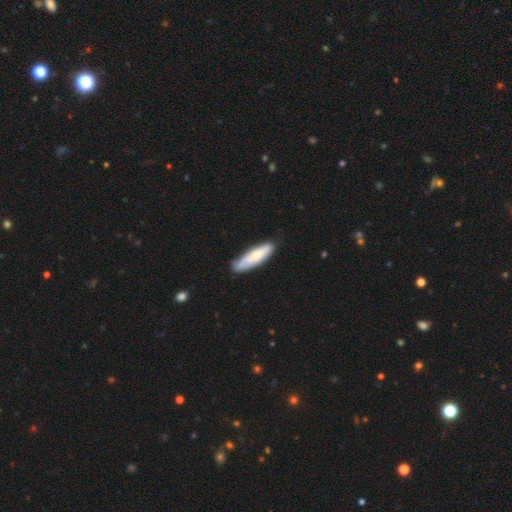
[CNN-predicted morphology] Q: Smooth or featured?
A: smooth (66%); runner-up: featured or disk (29%)
Q: How rounded?
A: cigar-shaped (63%); runner-up: in between (35%)
Q: Merging?
A: none (74%); runner-up: minor disturbance (20%)